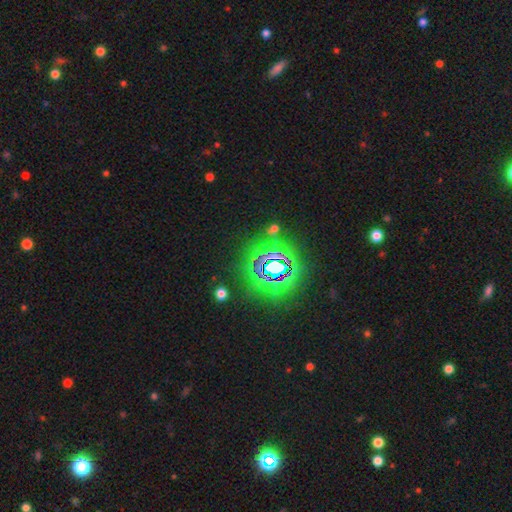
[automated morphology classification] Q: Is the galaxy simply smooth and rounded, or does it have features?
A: star or artifact — 80%.